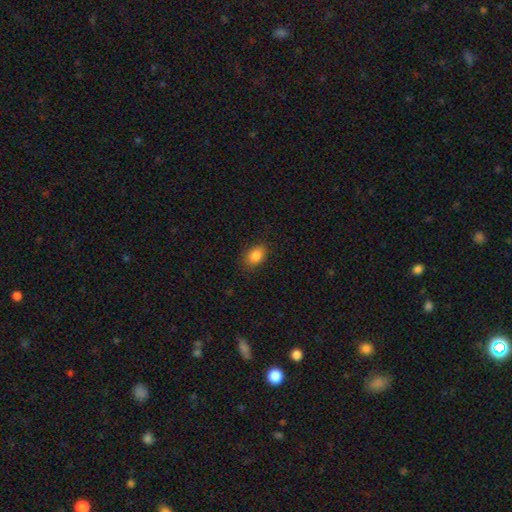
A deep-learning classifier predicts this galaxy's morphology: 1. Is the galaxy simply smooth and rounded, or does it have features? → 85% smooth, 9% star or artifact, 6% featured or disk.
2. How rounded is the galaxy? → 78% in between, 21% round, 1% cigar-shaped.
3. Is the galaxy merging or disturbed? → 84% none, 12% minor disturbance, 3% major disturbance, 1% merger.